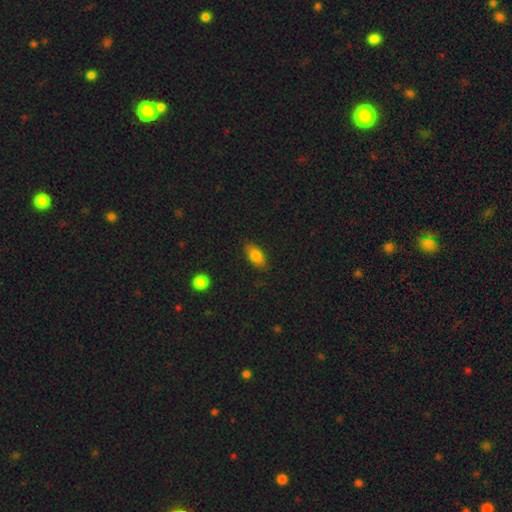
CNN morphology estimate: Smooth or featured? smooth (81%)
How rounded? in between (87%)
Merging? none (83%)